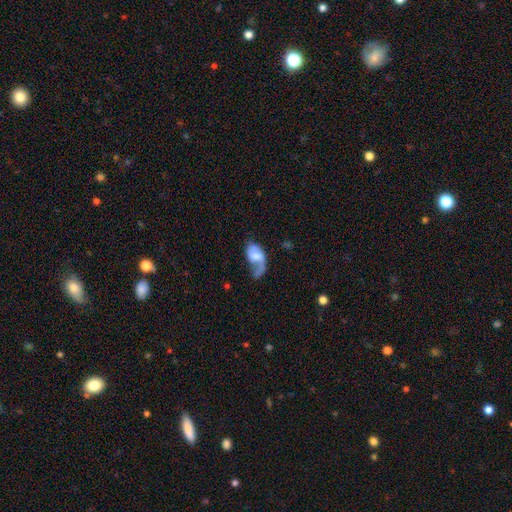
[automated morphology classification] This is likely a featured or disk galaxy (61%). It is clearly not viewed edge-on (97%). Bar: possibly no (47%). Spiral arm pattern: clearly yes (84%). Central bulge: marginally moderate (37%). Merging: marginally major disturbance (41%).